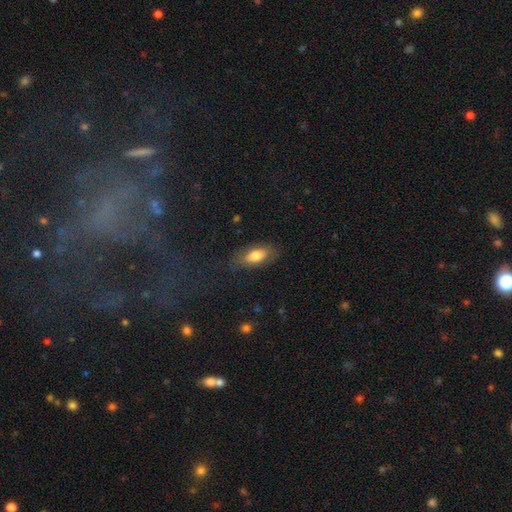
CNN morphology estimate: Overall: smooth (74%). How rounded: in between (85%). Merging: none (79%).